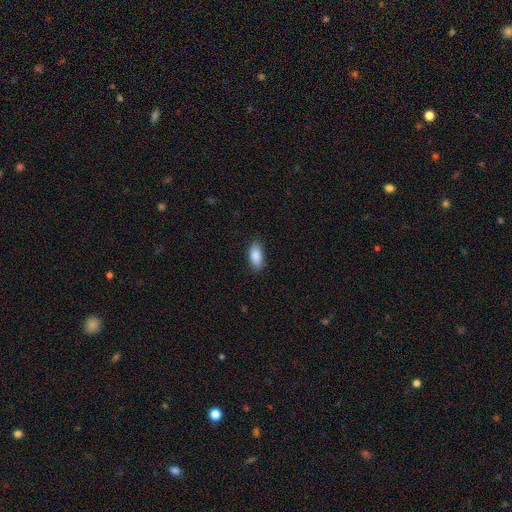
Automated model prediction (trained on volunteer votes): smooth 89%, star or artifact 6%, featured or disk 5%. Down the decision tree: how rounded — in between (91%); merging — none (83%).